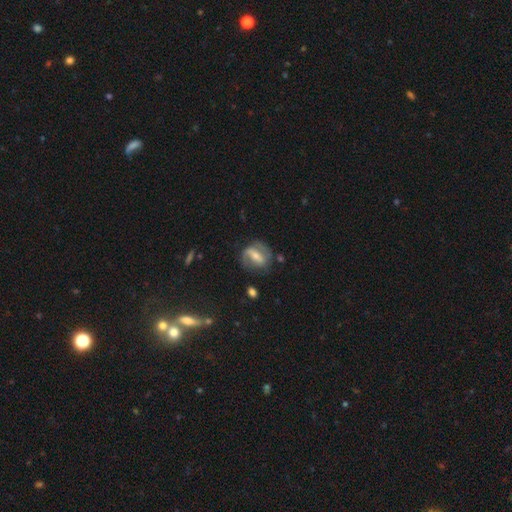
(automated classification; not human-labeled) This is likely a featured or disk galaxy (67%). It is clearly not viewed edge-on (91%). Bar: possibly strong (55%). Spiral arm pattern: likely yes (72%). Central bulge: marginally small (45%). Merging: likely none (67%).